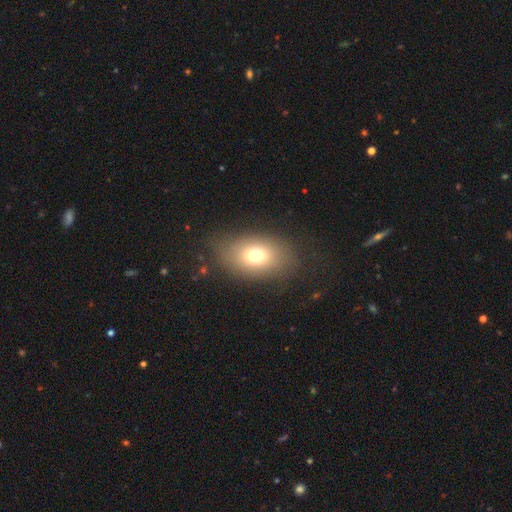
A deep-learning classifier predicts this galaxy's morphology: Smooth or featured? Predicted: smooth (p=0.72). How rounded? Predicted: in between (p=0.80). Merging? Predicted: none (p=0.77).